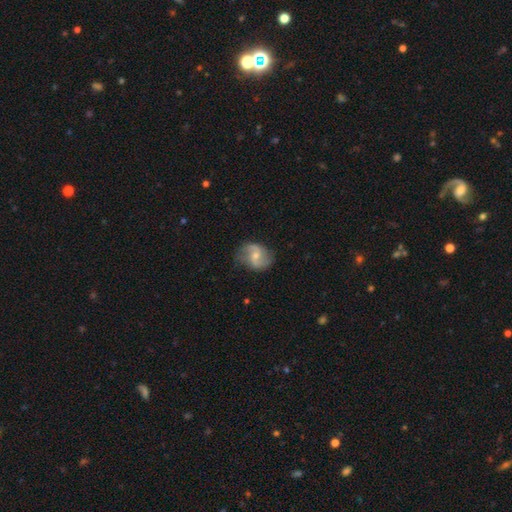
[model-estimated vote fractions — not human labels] smooth-or-featured: featured or disk: 73% | smooth: 20% | star or artifact: 6%
  disk-edge-on: no: 98% | yes: 2%
    bar: weak: 49% | no: 33% | strong: 18%
    has-spiral-arms: yes: 92% | no: 8%
      spiral-winding: loose: 51% | medium: 38% | tight: 11%
      spiral-arm-count: 2: 90% | can't tell: 5% | 1: 2% | 3: 1% | 4: 1% | more than 4: 1%
    bulge-size: small: 49% | moderate: 45% | none: 4% | large: 2% | dominant: 1%
  merging: none: 75% | minor disturbance: 18% | major disturbance: 6% | merger: 1%